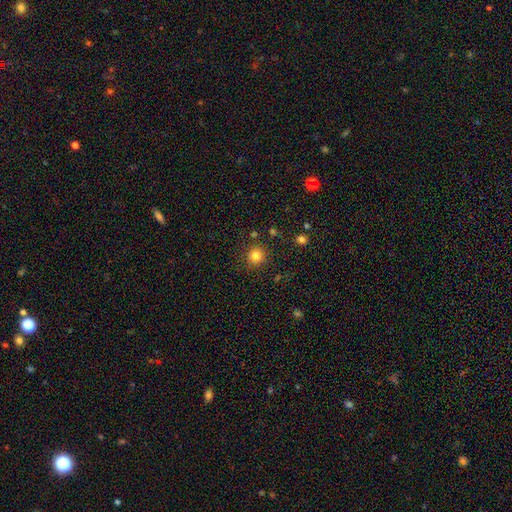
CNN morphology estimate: smooth 83%, star or artifact 12%, featured or disk 5%. Down the decision tree: how rounded — round (93%); merging — none (87%).